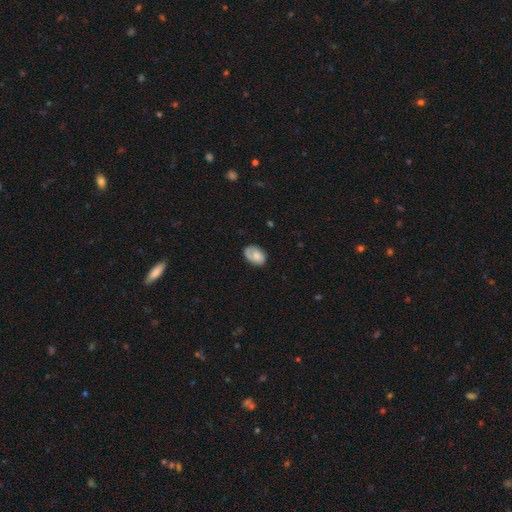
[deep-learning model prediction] Smooth or featured: smooth — 65% (featured or disk — 27%)
How rounded: in between — 81% (round — 17%)
Merging: none — 64% (minor disturbance — 25%)